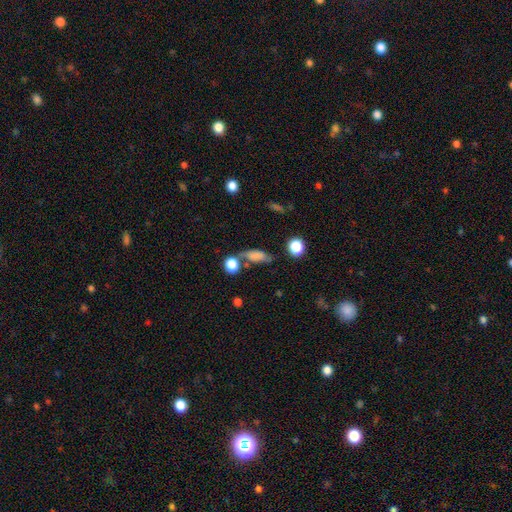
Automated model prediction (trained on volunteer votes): Smooth or featured? Predicted: smooth (p=0.75). How rounded? Predicted: in between (p=0.65). Merging? Predicted: none (p=0.49).